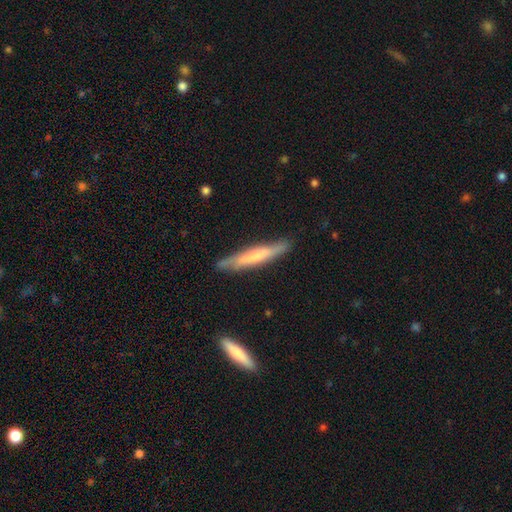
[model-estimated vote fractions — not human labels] Smooth or featured: smooth — 55% (featured or disk — 39%)
How rounded: cigar-shaped — 93% (in between — 6%)
Merging: none — 83% (minor disturbance — 13%)